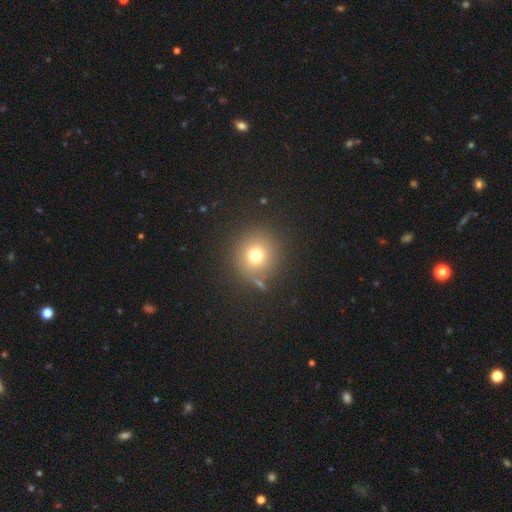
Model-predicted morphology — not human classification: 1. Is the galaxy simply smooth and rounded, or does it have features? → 73% smooth, 16% star or artifact, 11% featured or disk.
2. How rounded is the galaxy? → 91% round, 8% in between, 1% cigar-shaped.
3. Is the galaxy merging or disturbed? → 82% none, 9% minor disturbance, 5% merger, 4% major disturbance.